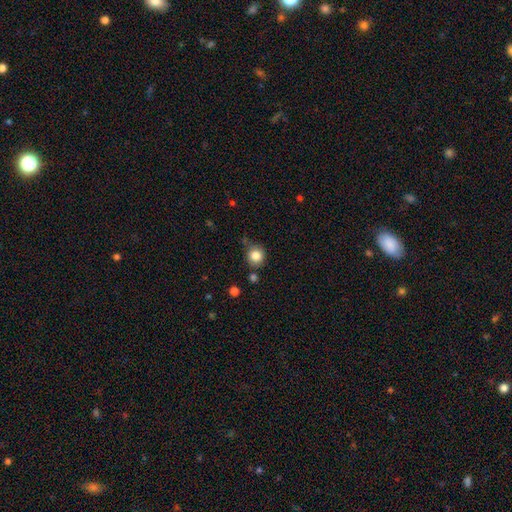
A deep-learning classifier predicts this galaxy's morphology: The model was most divided on "merging": none: 75%, minor disturbance: 15%, merger: 6%, major disturbance: 4%. More confident: how rounded — round (89%); smooth or featured — smooth (83%).